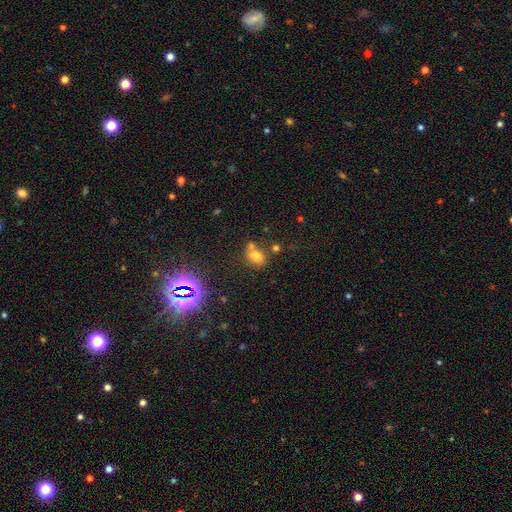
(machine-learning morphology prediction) type=smooth (64%); roundness=in between (65%); merging=none (49%).